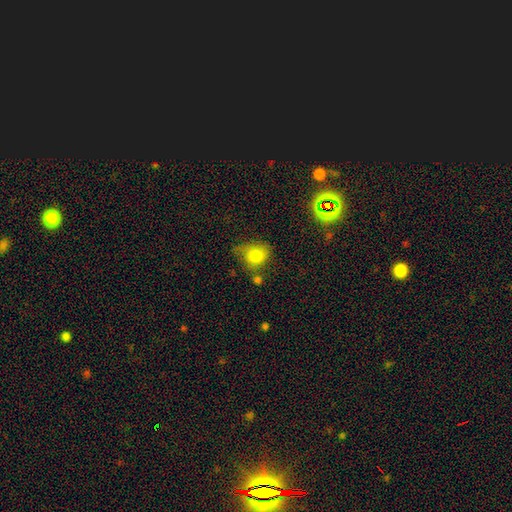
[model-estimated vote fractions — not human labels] Smooth or featured? smooth (78%)
How rounded? round (62%)
Merging? none (45%)